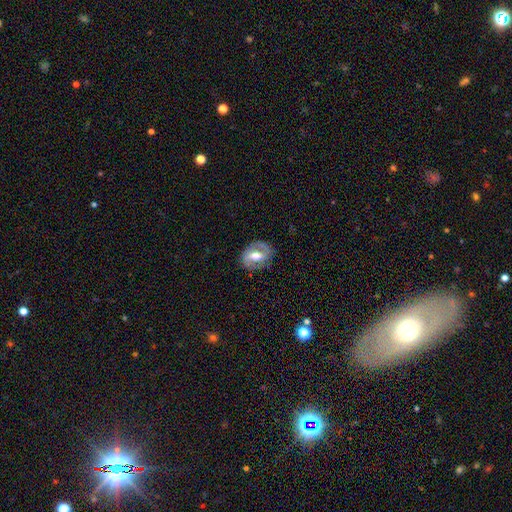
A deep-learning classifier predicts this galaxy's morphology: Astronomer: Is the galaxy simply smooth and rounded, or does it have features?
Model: featured or disk — 72%.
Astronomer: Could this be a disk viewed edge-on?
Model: no — 94%.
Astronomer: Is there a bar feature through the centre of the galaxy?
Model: weak — 40% (runner-up: strong, 39%).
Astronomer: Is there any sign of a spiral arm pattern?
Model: yes — 74%.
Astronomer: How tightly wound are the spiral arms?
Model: medium — 44% (runner-up: tight, 33%).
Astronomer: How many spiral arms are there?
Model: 2 — 84%.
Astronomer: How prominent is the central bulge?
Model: moderate — 73%.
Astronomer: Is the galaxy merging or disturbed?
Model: none — 82%.